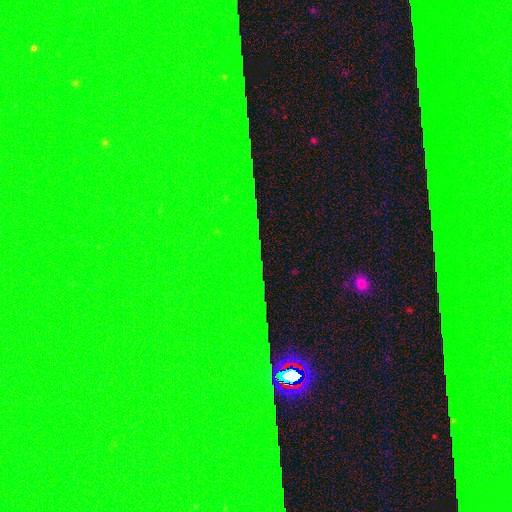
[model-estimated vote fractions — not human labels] smooth-or-featured: star or artifact: 86% | featured or disk: 8% | smooth: 6%